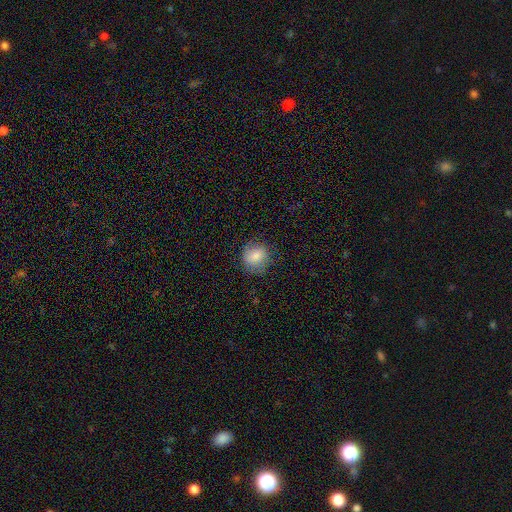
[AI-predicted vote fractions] A smooth galaxy with no disk features (78%) that is round (81%). Merging: none (78%).